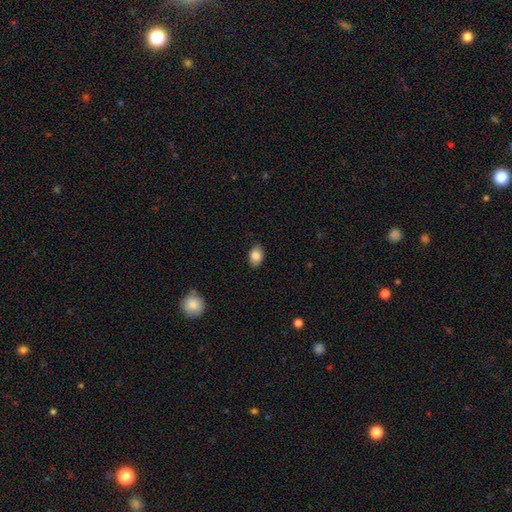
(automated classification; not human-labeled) smooth_or_featured: smooth (p=0.86) [alt: star or artifact p=0.08]
how_rounded: in between (p=0.84) [alt: round p=0.15]
merging: none (p=0.86) [alt: minor disturbance p=0.10]